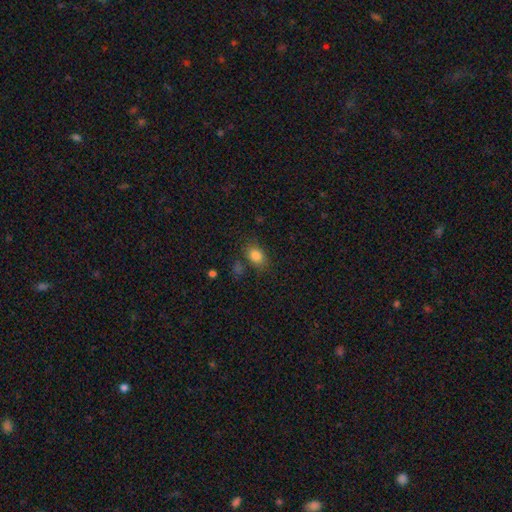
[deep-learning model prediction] smooth-or-featured: smooth: 82% | star or artifact: 10% | featured or disk: 7%
  how-rounded: in between: 70% | round: 29% | cigar-shaped: 1%
  merging: none: 74% | minor disturbance: 16% | merger: 5% | major disturbance: 5%